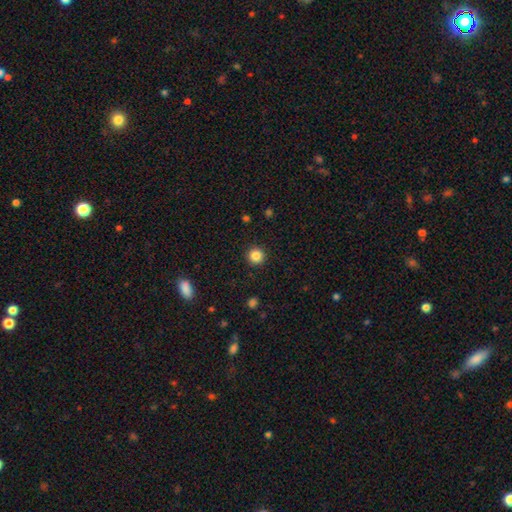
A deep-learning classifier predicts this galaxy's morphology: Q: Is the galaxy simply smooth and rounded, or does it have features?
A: smooth — 85%.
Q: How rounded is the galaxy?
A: round — 96%.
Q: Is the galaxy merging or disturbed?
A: none — 93%.